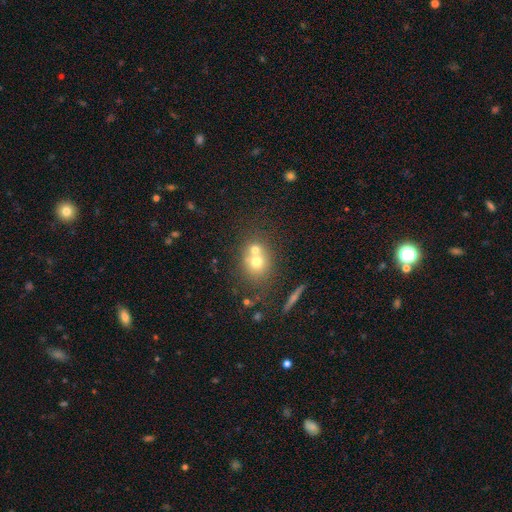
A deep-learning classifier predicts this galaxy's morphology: Smooth or featured? Predicted: smooth (p=0.62). How rounded? Predicted: round (p=0.72). Merging? Predicted: merger (p=0.48).